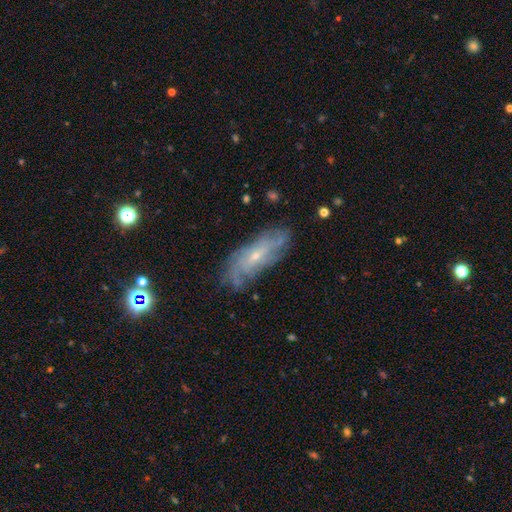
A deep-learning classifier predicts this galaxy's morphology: Q: Smooth or featured?
A: featured or disk (71%); runner-up: smooth (21%)
Q: Edge-on disk?
A: no (81%); runner-up: yes (19%)
Q: Bar?
A: no (67%); runner-up: weak (27%)
Q: Spiral arms?
A: yes (82%); runner-up: no (18%)
Q: Bulge size?
A: small (73%); runner-up: moderate (23%)
Q: Merging?
A: none (72%); runner-up: minor disturbance (20%)